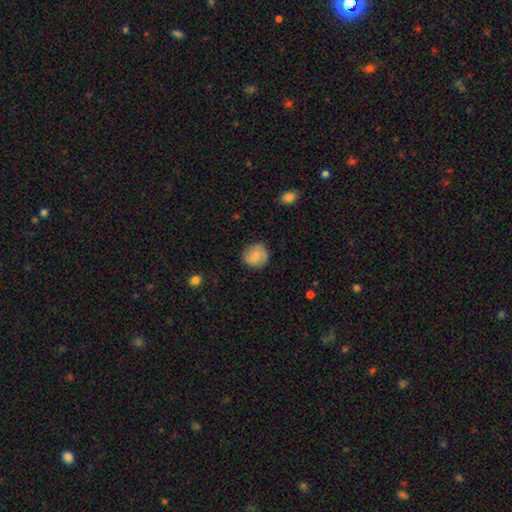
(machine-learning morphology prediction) Smooth or featured: smooth — 67% (featured or disk — 26%)
How rounded: round — 86% (in between — 13%)
Merging: none — 79% (minor disturbance — 16%)